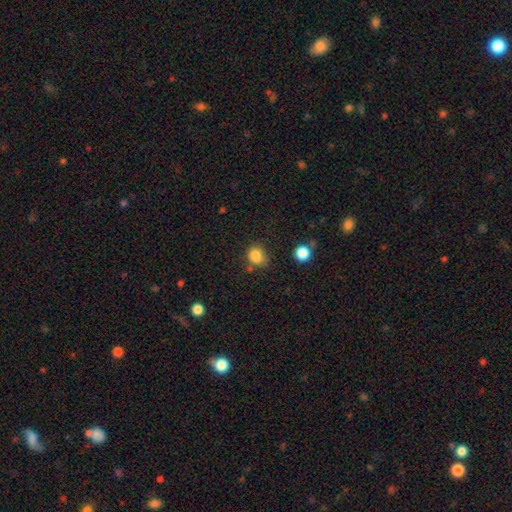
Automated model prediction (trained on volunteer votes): Overall: smooth (82%). How rounded: round (61%; in between 38%). Merging: none (58%; minor disturbance 26%).